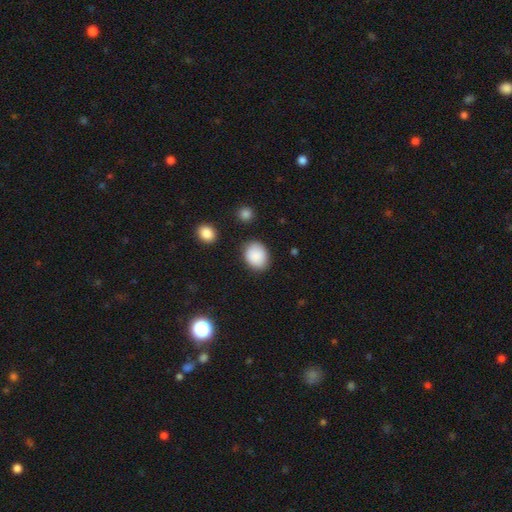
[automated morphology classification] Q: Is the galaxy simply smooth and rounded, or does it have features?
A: smooth — 89%.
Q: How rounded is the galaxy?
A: in between — 54%.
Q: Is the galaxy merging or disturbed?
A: none — 82%.